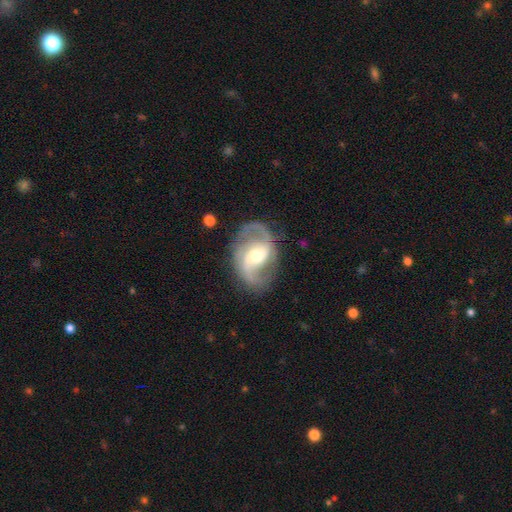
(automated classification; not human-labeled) This is clearly a featured or disk galaxy (87%). It is clearly not viewed edge-on (97%). Bar: marginally weak (42%). Spiral arm pattern: clearly yes (95%). Spiral arm count: clearly 2 (91%). Spiral winding: possibly medium (51%). Central bulge: likely moderate (60%). Merging: likely none (78%).